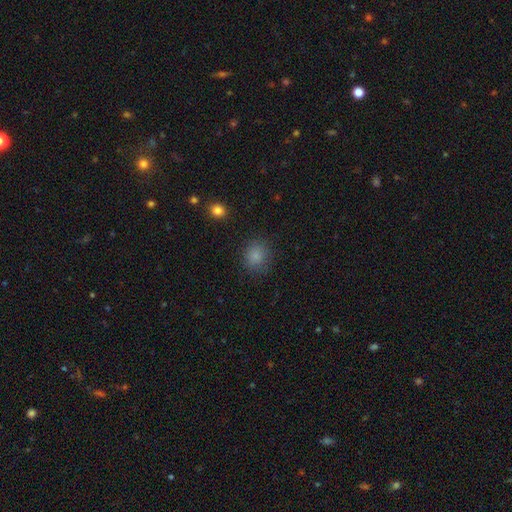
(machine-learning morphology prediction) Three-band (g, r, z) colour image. It shows a smooth galaxy with no disk features (84%) that is round (79%). Merging: none (85%).